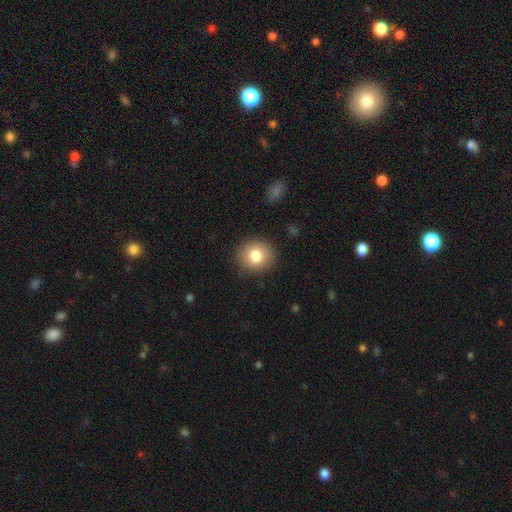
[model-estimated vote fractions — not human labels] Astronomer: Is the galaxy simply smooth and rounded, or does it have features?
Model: smooth — 81%.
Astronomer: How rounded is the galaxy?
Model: round — 85%.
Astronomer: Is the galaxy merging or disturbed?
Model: none — 87%.